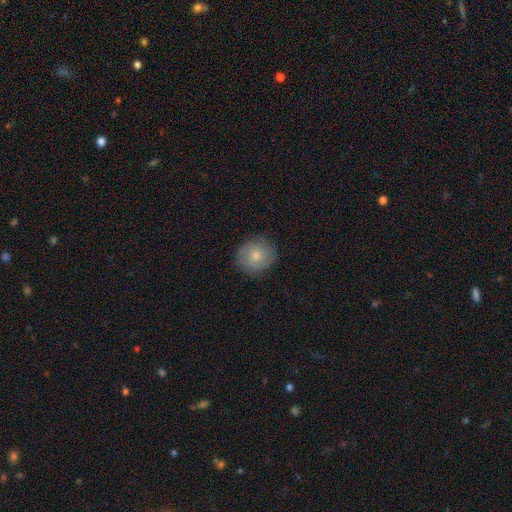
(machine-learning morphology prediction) This is likely a smooth galaxy (68%). How rounded: clearly round (81%). Merging: clearly none (84%).